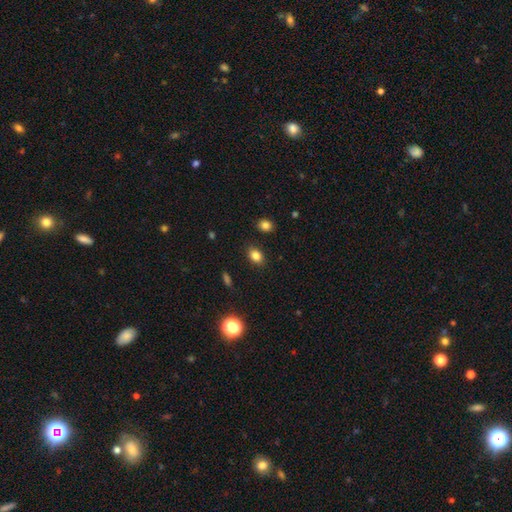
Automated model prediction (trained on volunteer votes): This is clearly a smooth galaxy (83%). How rounded: likely in between (75%). Merging: clearly none (86%).